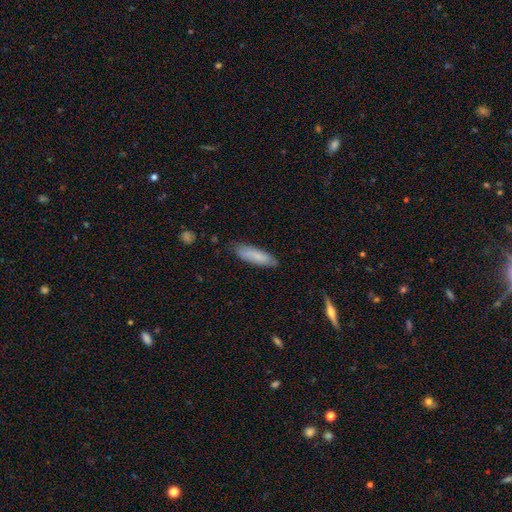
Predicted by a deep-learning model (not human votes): This appears to be a smooth galaxy with no disk features (77%) that is cigar-shaped (62%). Merging: none (78%).